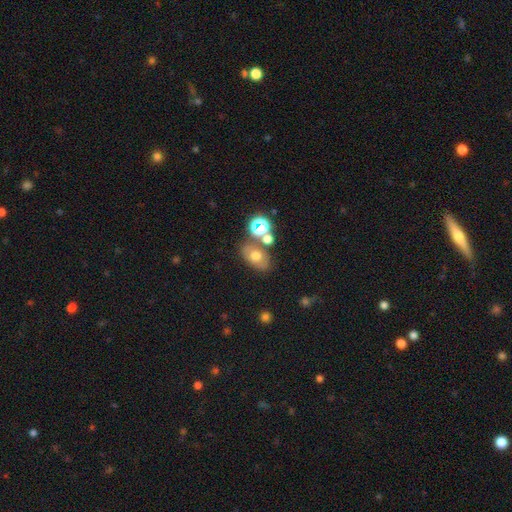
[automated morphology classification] This is possibly a smooth galaxy (58%). How rounded: likely in between (74%). Merging: likely none (60%).